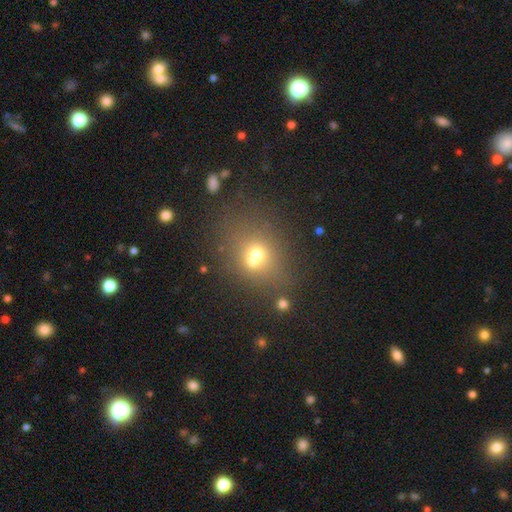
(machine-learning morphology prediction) type=smooth (59%); roundness=round (60%); merging=none (43%).